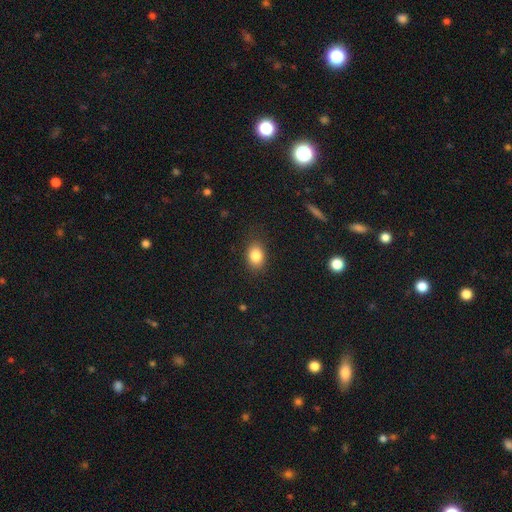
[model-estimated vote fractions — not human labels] A smooth galaxy with no disk features (84%) that is in between round and cigar-shaped (68%). Merging: none (84%).